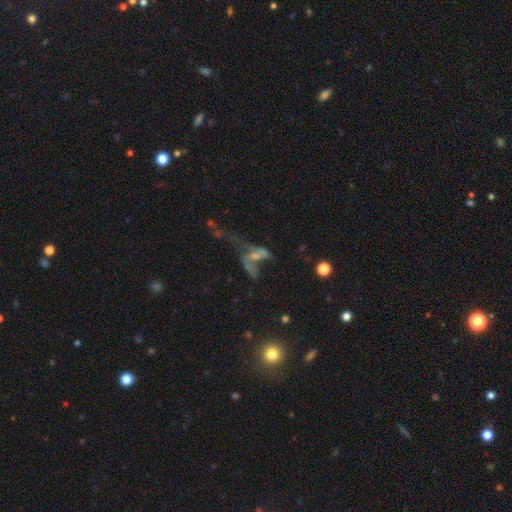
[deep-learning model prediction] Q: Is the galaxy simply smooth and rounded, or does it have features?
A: featured or disk — 51%.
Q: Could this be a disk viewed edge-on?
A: no — 90%.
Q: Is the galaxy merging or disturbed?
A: major disturbance — 39%.